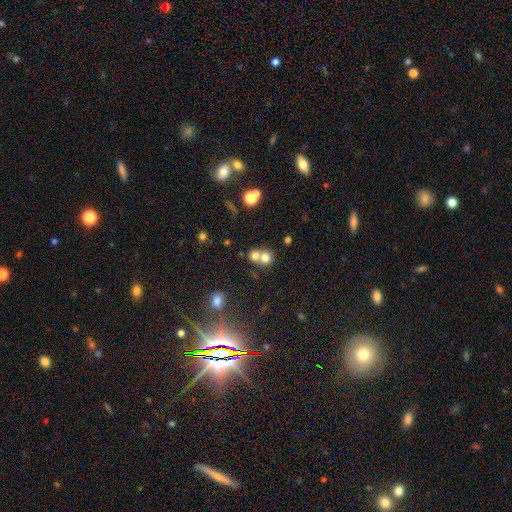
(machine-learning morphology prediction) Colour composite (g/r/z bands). It shows a smooth galaxy with no disk features (74%) that is round (83%). Merging: merger (56%).